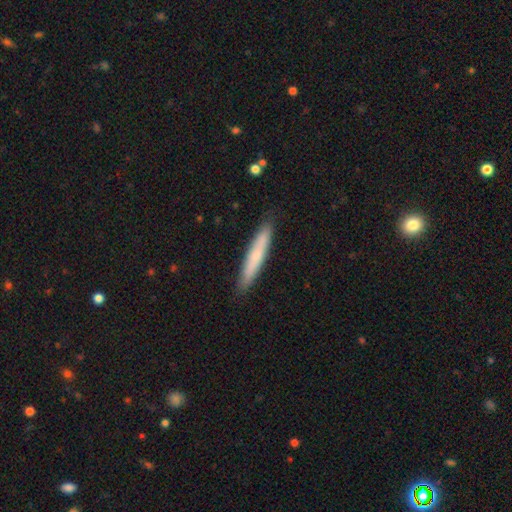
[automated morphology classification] Q: Smooth or featured?
A: smooth (66%); runner-up: featured or disk (29%)
Q: How rounded?
A: cigar-shaped (94%); runner-up: in between (5%)
Q: Merging?
A: none (89%); runner-up: minor disturbance (8%)